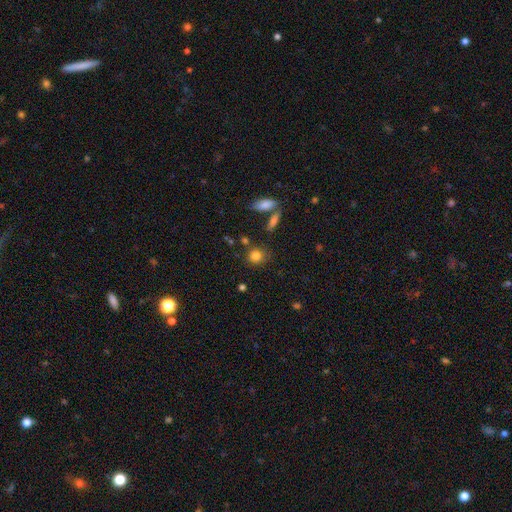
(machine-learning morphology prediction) smooth_or_featured: smooth (p=0.83) [alt: star or artifact p=0.10]
how_rounded: round (p=0.79) [alt: in between p=0.19]
merging: none (p=0.75) [alt: minor disturbance p=0.13]